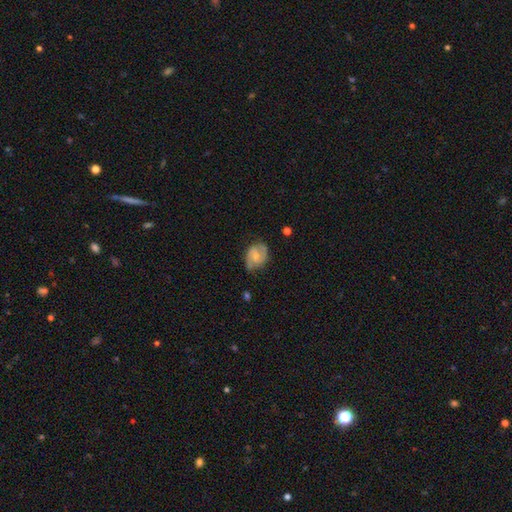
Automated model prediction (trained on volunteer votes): smooth_or_featured: featured or disk (p=0.63) [alt: smooth p=0.30]
disk_edge_on: no (p=0.97) [alt: yes p=0.03]
bar: no (p=0.56) [alt: weak p=0.37]
has_spiral_arms: yes (p=0.88) [alt: no p=0.12]
spiral_winding: medium (p=0.48) [alt: tight p=0.32]
spiral_arm_count: 2 (p=0.83) [alt: can't tell p=0.10]
bulge_size: small (p=0.47) [alt: moderate p=0.44]
merging: none (p=0.67) [alt: minor disturbance p=0.25]